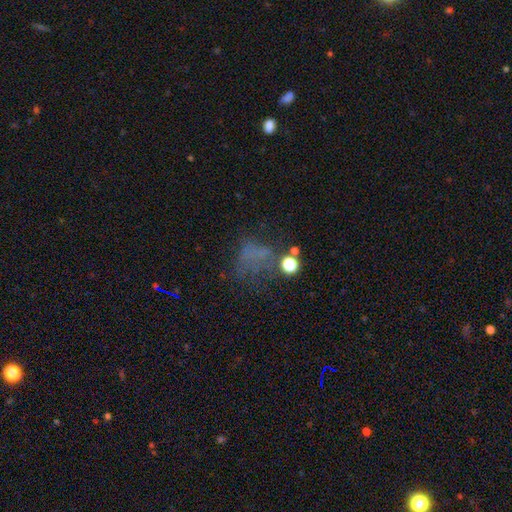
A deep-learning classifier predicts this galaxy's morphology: smooth 39%, star or artifact 36%, featured or disk 25%. Down the decision tree: merging — none (39%).